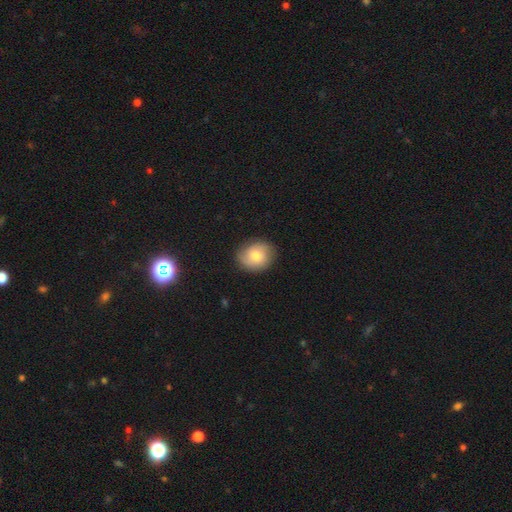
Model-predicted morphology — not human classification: Smooth or featured?
  - smooth: 68% *
  - featured or disk: 24%
  - star or artifact: 8%
How rounded?
  - round: 69% *
  - in between: 31%
  - cigar-shaped: 1%
Merging?
  - none: 82% *
  - minor disturbance: 13%
  - major disturbance: 3%
  - merger: 1%